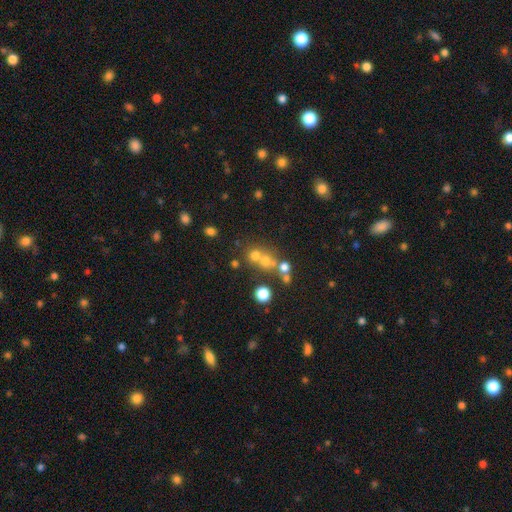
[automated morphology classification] Overall: smooth (45%; star or artifact 36%). Merging: none (47%; merger 39%).